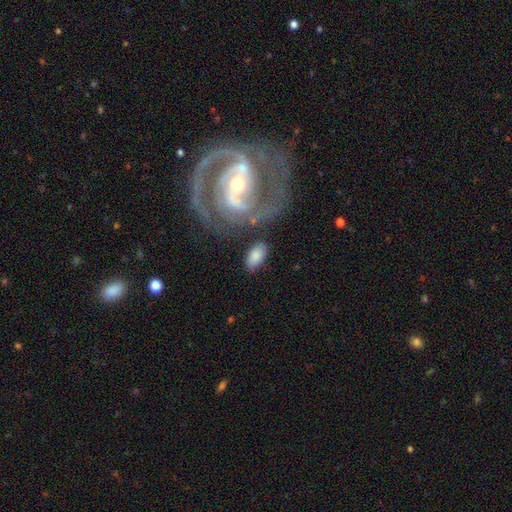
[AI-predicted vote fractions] A smooth galaxy with no disk features (77%) that is in between round and cigar-shaped (93%). Merging: none (70%).